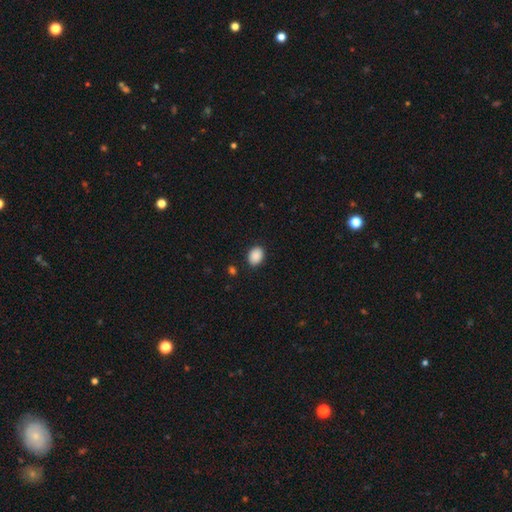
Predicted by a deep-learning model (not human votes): This is clearly a smooth galaxy (90%). How rounded: likely in between (68%). Merging: clearly none (88%).